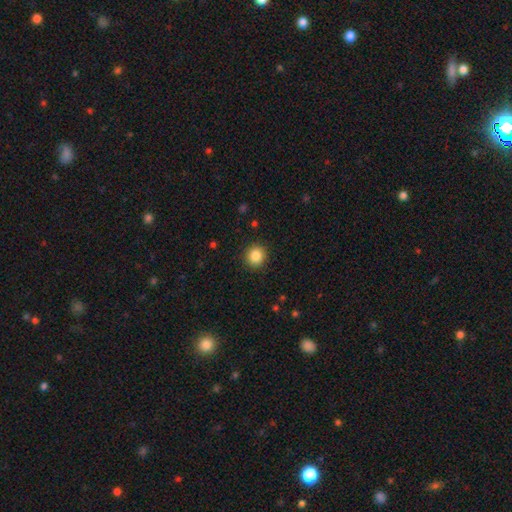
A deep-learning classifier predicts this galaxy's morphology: Smooth or featured?
  - smooth: 86% *
  - star or artifact: 10%
  - featured or disk: 4%
How rounded?
  - round: 91% *
  - in between: 8%
  - cigar-shaped: 1%
Merging?
  - none: 91% *
  - minor disturbance: 6%
  - major disturbance: 2%
  - merger: 1%